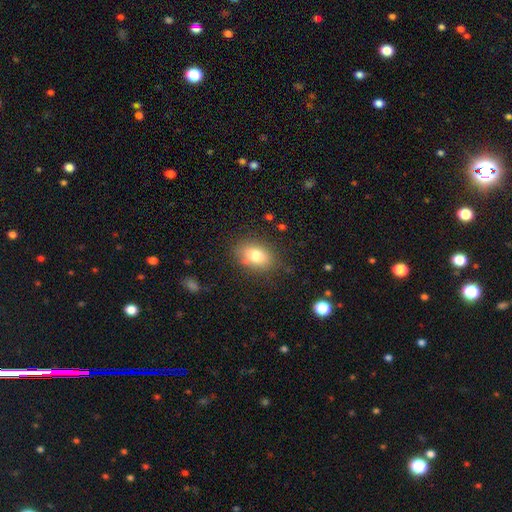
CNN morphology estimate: The model was most divided on "merging": none: 80%, minor disturbance: 14%, major disturbance: 4%, merger: 2%. More confident: how rounded — in between (84%); smooth or featured — smooth (81%).